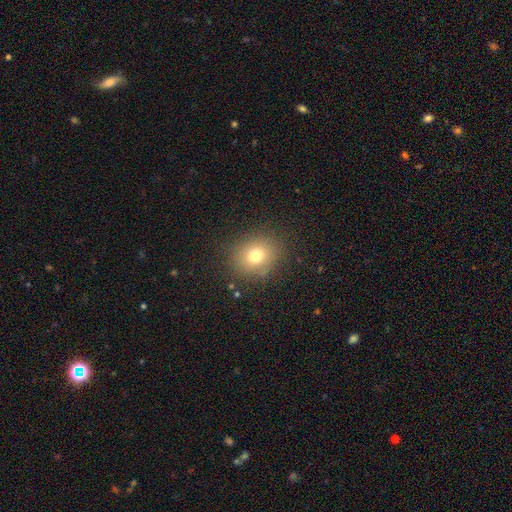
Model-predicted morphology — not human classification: type=smooth (73%); roundness=round (70%); merging=none (85%).